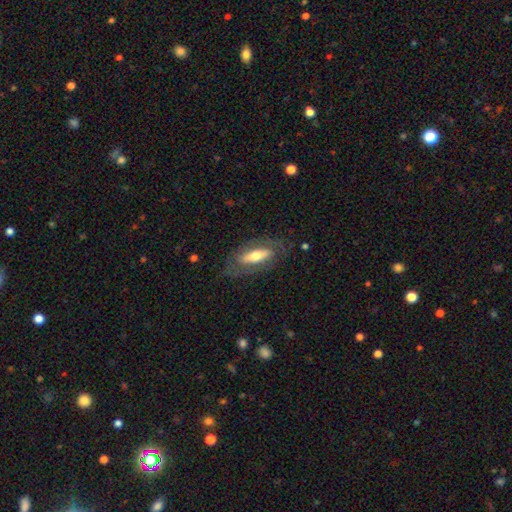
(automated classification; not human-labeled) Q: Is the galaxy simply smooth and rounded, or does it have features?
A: featured or disk — 52%.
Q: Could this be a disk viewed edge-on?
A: no — 72%.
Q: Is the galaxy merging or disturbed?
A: none — 74%.